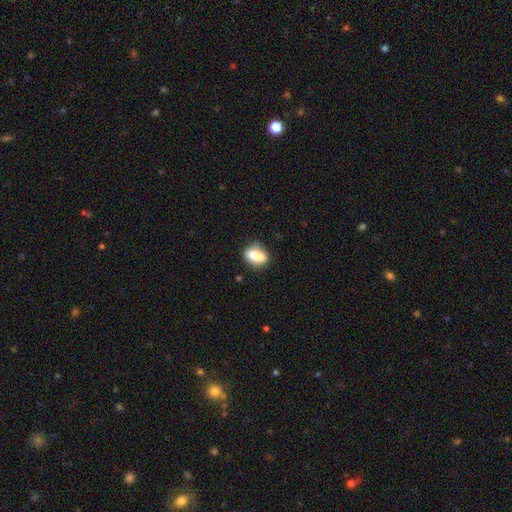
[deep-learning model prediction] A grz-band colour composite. It shows a smooth galaxy with no disk features (81%) that is in between round and cigar-shaped (77%). Merging: none (67%).